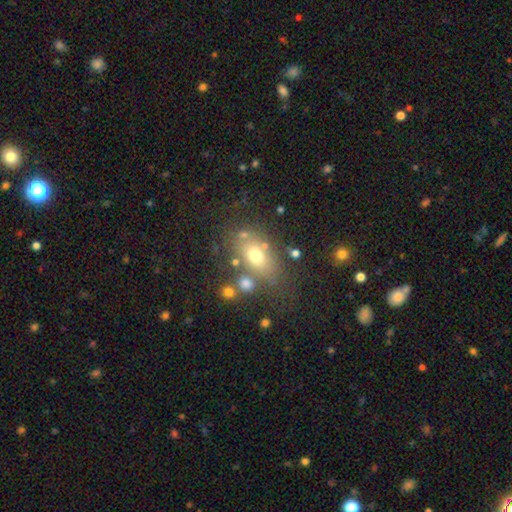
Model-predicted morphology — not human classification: Smooth or featured? Predicted: smooth (p=0.67). How rounded? Predicted: in between (p=0.75). Merging? Predicted: none (p=0.67).